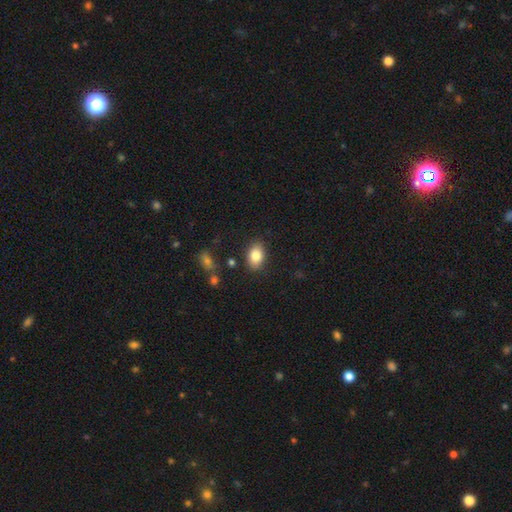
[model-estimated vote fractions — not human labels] A smooth galaxy with no disk features (84%) that is in between round and cigar-shaped (84%).

Vote fractions:
- Smooth or featured? smooth: 84% / star or artifact: 8% / featured or disk: 8%
- How rounded? in between: 84% / round: 15% / cigar-shaped: 1%
- Merging? none: 84% / minor disturbance: 11% / major disturbance: 3% / merger: 2%